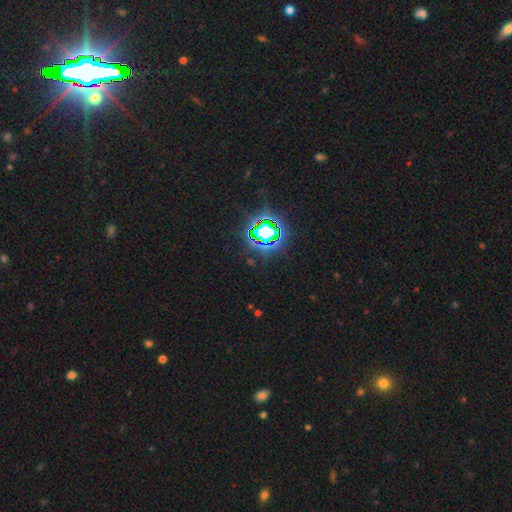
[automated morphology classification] Smooth or featured? Predicted: star or artifact (p=0.84).